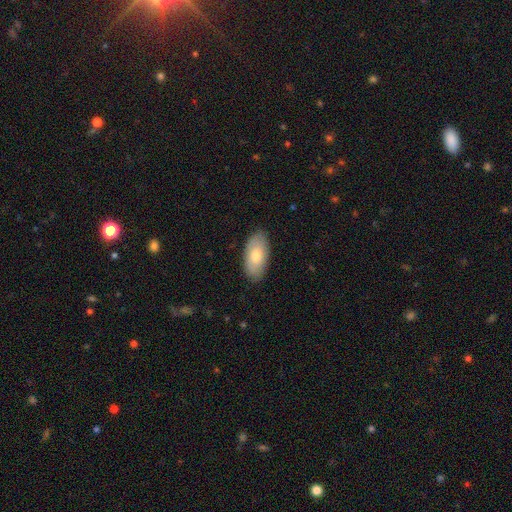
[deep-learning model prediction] smooth-or-featured: smooth: 72% | featured or disk: 23% | star or artifact: 6%
  how-rounded: in between: 93% | cigar-shaped: 4% | round: 3%
  merging: none: 86% | minor disturbance: 11% | major disturbance: 2% | merger: 1%